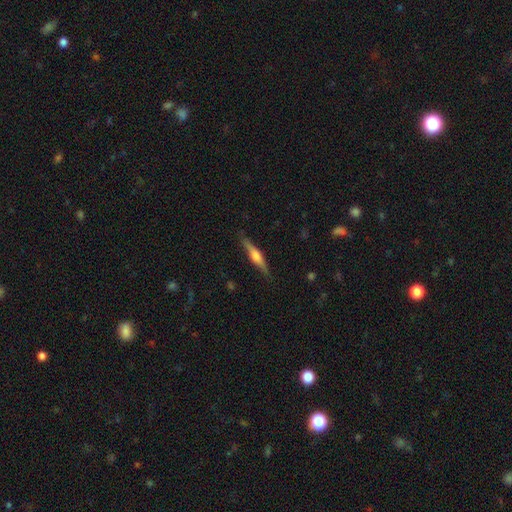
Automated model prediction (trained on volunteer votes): Overall: featured or disk (66%; smooth 28%). Edge-on disk: yes (97%). Edge-on bulge: rounded (85%). Merging: none (87%).